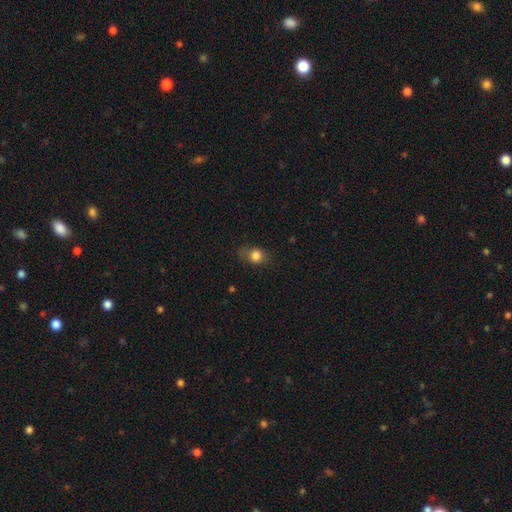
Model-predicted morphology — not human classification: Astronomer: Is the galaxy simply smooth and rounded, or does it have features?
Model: smooth — 81%.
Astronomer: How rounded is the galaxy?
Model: round — 55% (runner-up: in between, 43%).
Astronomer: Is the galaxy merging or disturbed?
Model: none — 68%.